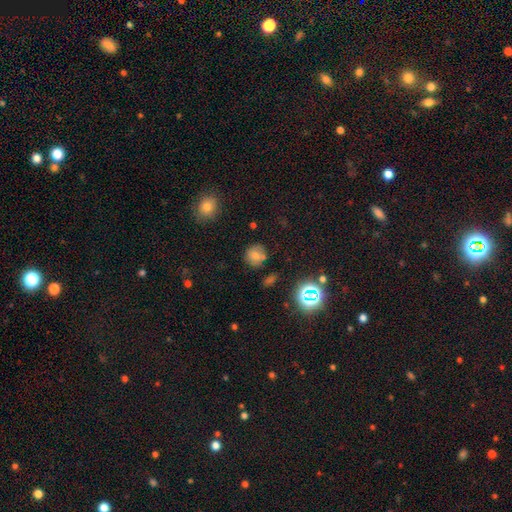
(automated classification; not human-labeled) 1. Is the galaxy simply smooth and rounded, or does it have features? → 68% smooth, 19% star or artifact, 13% featured or disk.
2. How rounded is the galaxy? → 86% round, 13% in between, 1% cigar-shaped.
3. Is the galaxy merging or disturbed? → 75% none, 14% minor disturbance, 8% merger, 4% major disturbance.